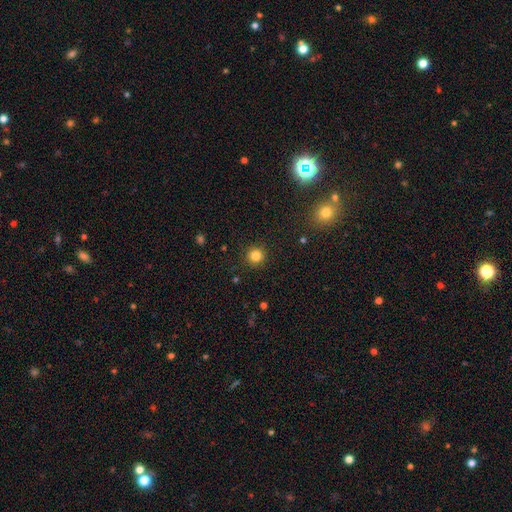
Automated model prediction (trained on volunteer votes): Smooth or featured?
  - smooth: 83% *
  - star or artifact: 13%
  - featured or disk: 5%
How rounded?
  - round: 94% *
  - in between: 5%
  - cigar-shaped: 1%
Merging?
  - none: 91% *
  - minor disturbance: 6%
  - major disturbance: 2%
  - merger: 1%